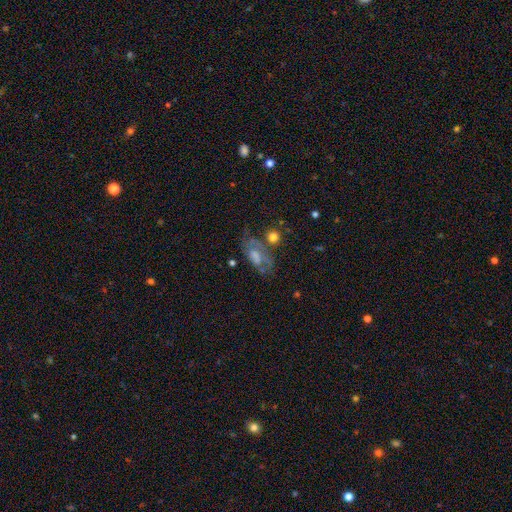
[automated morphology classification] smooth-or-featured: featured or disk: 59% | smooth: 24% | star or artifact: 17%
  disk-edge-on: no: 91% | yes: 9%
    bar: no: 58% | weak: 33% | strong: 9%
    has-spiral-arms: yes: 67% | no: 33%
    bulge-size: moderate: 39% | small: 31% | none: 17% | large: 11% | dominant: 2%
  merging: none: 55% | minor disturbance: 19% | major disturbance: 15% | merger: 11%